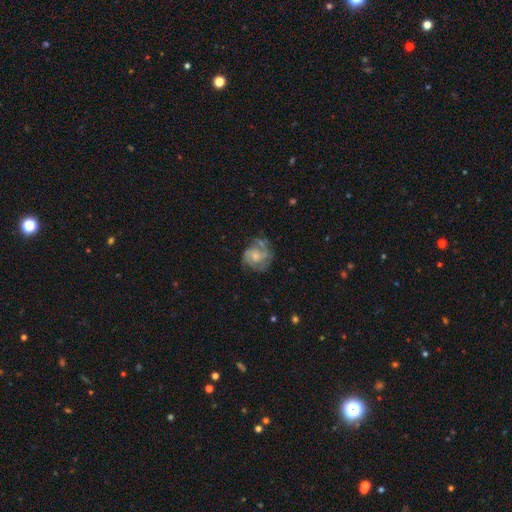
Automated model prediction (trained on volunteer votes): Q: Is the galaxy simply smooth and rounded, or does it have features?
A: featured or disk — 68%.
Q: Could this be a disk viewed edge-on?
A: no — 98%.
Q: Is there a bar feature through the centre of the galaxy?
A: no — 72%.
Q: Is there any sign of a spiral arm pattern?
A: yes — 85%.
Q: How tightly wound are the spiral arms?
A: medium — 43%.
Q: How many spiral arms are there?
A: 3 — 31%.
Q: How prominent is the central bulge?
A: small — 51%.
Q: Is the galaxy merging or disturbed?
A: none — 57%.